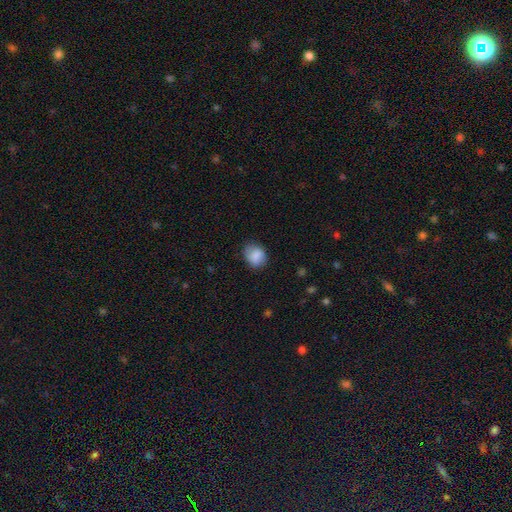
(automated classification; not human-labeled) Smooth or featured?
  - smooth: 82% *
  - featured or disk: 11%
  - star or artifact: 8%
How rounded?
  - in between: 51% *
  - round: 48%
  - cigar-shaped: 1%
Merging?
  - none: 72% *
  - minor disturbance: 22%
  - major disturbance: 5%
  - merger: 1%